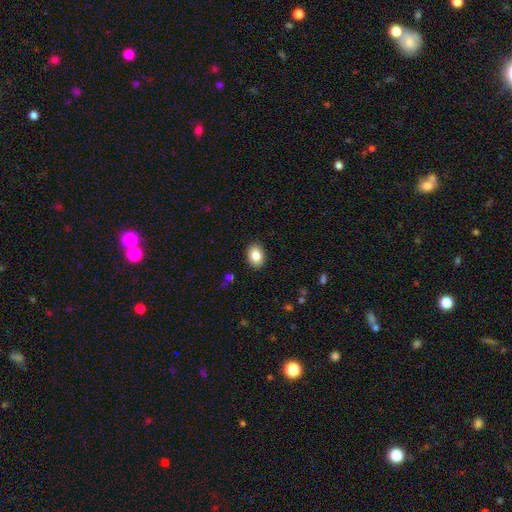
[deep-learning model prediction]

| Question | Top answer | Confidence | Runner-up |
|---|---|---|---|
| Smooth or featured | smooth | 85% | star or artifact (8%) |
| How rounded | in between | 72% | round (27%) |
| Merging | none | 90% | minor disturbance (7%) |